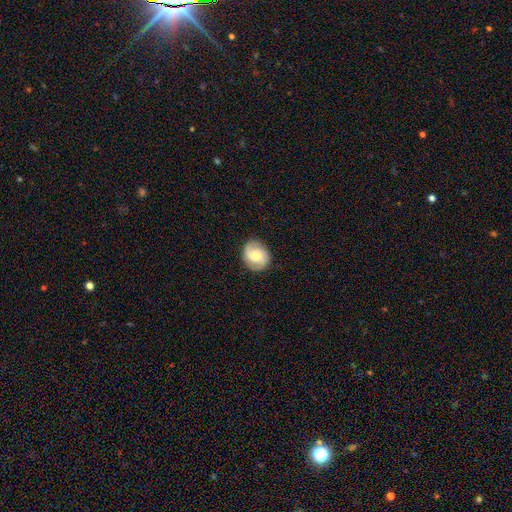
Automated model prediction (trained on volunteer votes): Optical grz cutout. It shows a featured or disk galaxy (63%) with no bar (61%), 2 (73%) medium (46%) spiral arms (93%) and a moderate central bulge (54%). Merging: none (85%).